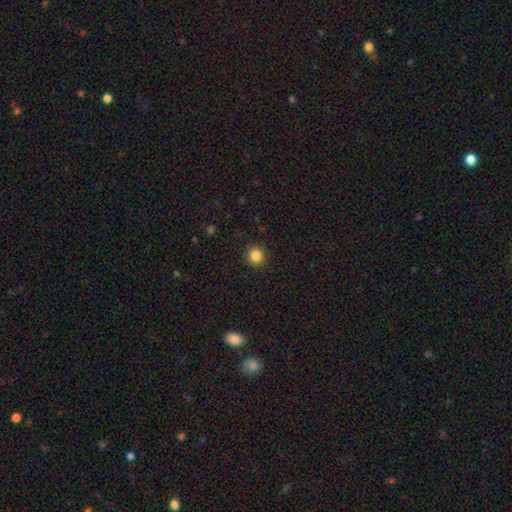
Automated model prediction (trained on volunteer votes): Smooth or featured? Predicted: smooth (p=0.85). How rounded? Predicted: round (p=0.91). Merging? Predicted: none (p=0.91).